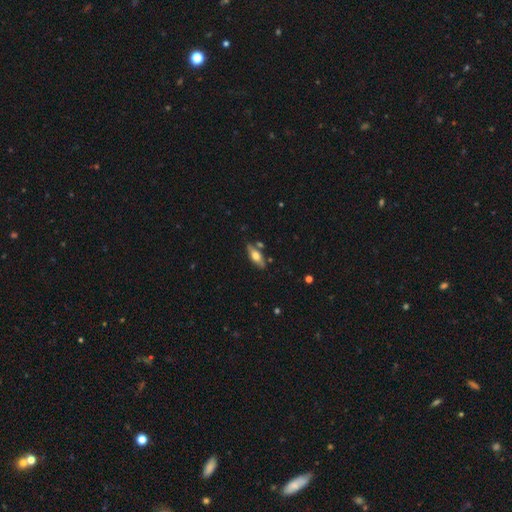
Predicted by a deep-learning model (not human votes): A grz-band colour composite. It shows a smooth galaxy with no disk features (56%) that is in between round and cigar-shaped (69%). Merging: none (74%).